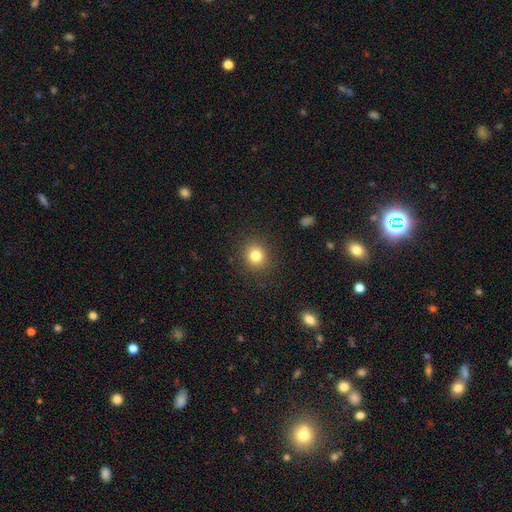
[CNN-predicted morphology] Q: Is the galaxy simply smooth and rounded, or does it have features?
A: smooth — 81%.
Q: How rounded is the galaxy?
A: round — 83%.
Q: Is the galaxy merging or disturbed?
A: none — 89%.